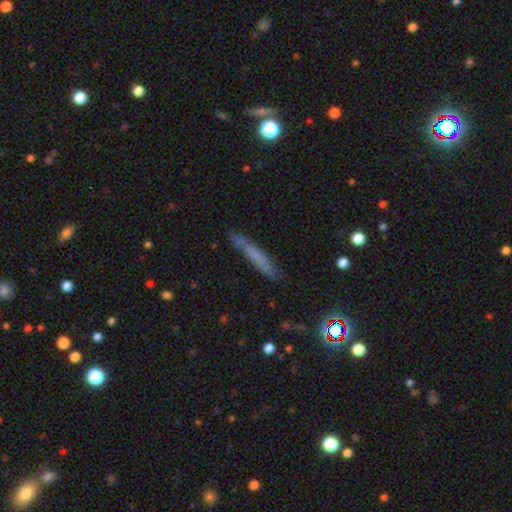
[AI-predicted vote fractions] A smooth galaxy with no disk features (56%) that is cigar-shaped (93%).

Vote fractions:
- Smooth or featured? smooth: 56% / featured or disk: 32% / star or artifact: 12%
- How rounded? cigar-shaped: 93% / in between: 5% / round: 2%
- Merging? none: 79% / minor disturbance: 16% / major disturbance: 3% / merger: 2%